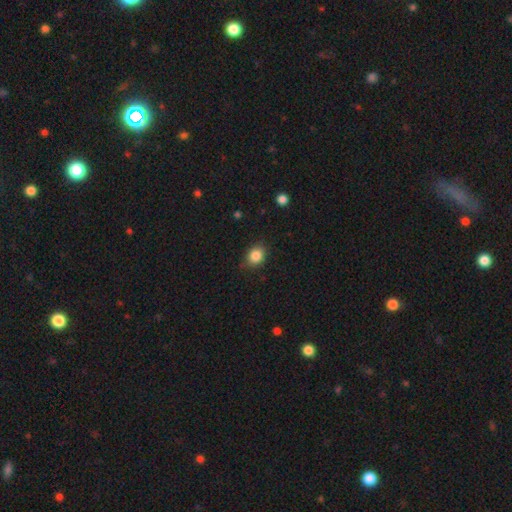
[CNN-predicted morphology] A smooth galaxy with no disk features (85%) that is round (54%).

Vote fractions:
- Smooth or featured? smooth: 85% / star or artifact: 10% / featured or disk: 5%
- How rounded? round: 54% / in between: 45% / cigar-shaped: 1%
- Merging? none: 79% / minor disturbance: 17% / major disturbance: 3% / merger: 1%